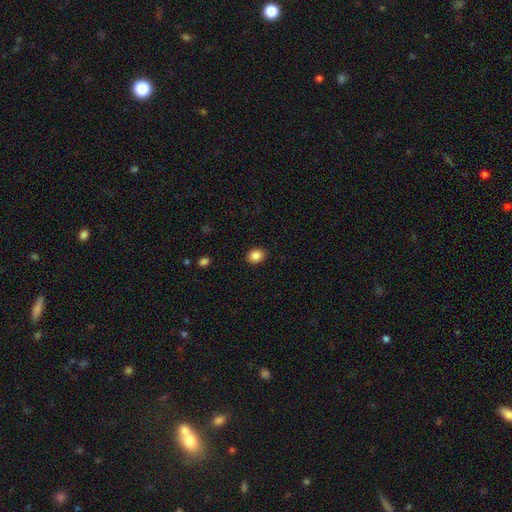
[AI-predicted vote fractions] A smooth galaxy with no disk features (86%) that is in between round and cigar-shaped (50%, tied with round). Merging: none (90%).